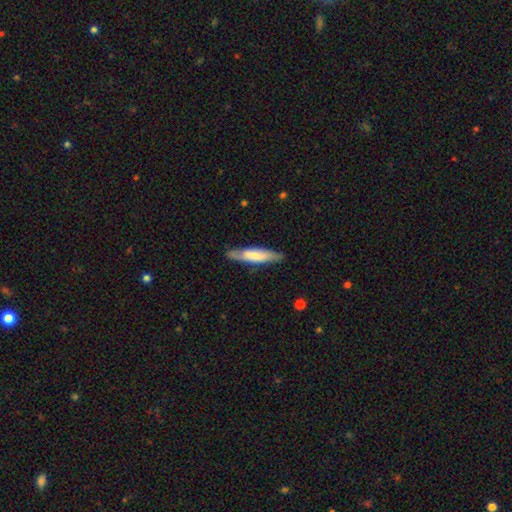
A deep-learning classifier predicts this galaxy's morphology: Smooth or featured: smooth — 59% (featured or disk — 36%)
How rounded: cigar-shaped — 75% (in between — 24%)
Merging: none — 83% (minor disturbance — 13%)